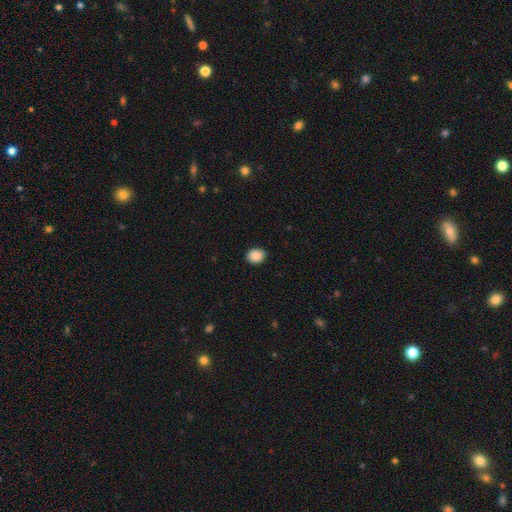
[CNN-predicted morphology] This appears to be a smooth galaxy with no disk features (89%) that is round (52%). Merging: none (90%).